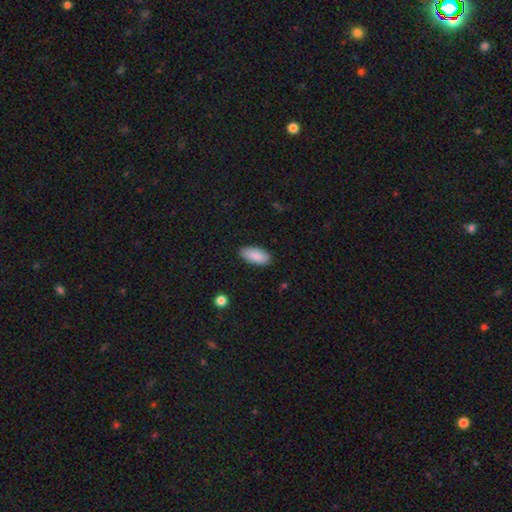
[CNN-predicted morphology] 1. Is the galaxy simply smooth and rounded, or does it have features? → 90% smooth, 6% star or artifact, 4% featured or disk.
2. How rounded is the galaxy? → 91% in between, 7% cigar-shaped, 2% round.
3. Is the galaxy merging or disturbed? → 88% none, 9% minor disturbance, 2% major disturbance, 1% merger.